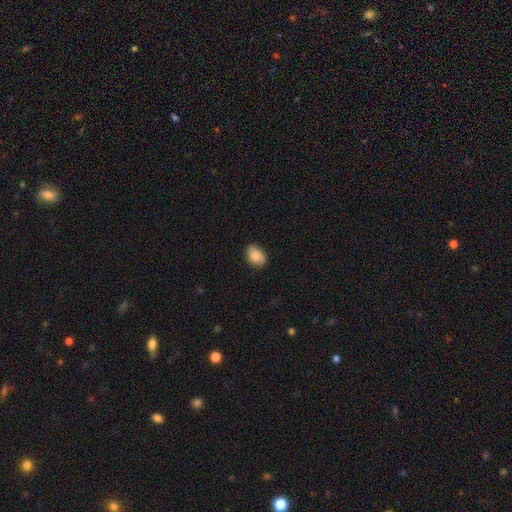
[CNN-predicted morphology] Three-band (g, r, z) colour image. It shows a smooth galaxy with no disk features (86%) that is in between round and cigar-shaped (78%). Merging: none (81%).